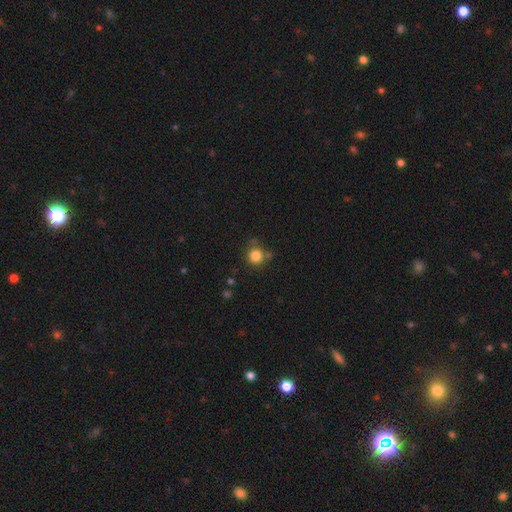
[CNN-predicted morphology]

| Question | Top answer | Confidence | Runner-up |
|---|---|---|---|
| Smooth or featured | smooth | 83% | star or artifact (12%) |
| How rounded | round | 91% | in between (8%) |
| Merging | none | 74% | minor disturbance (14%) |